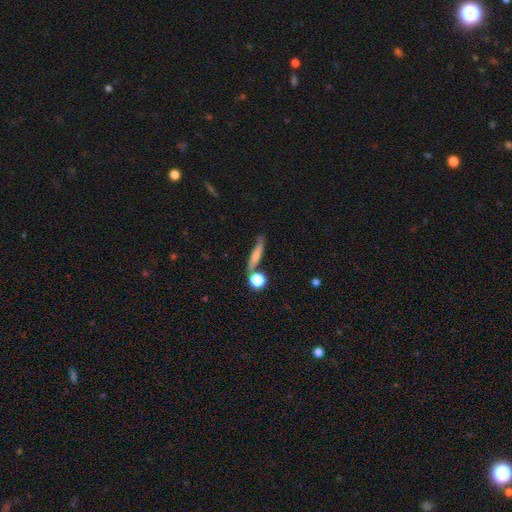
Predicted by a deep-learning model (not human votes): The model was most divided on "smooth or featured": smooth: 56%, featured or disk: 35%, star or artifact: 9%. More confident: how rounded — cigar-shaped (78%); merging — none (68%).